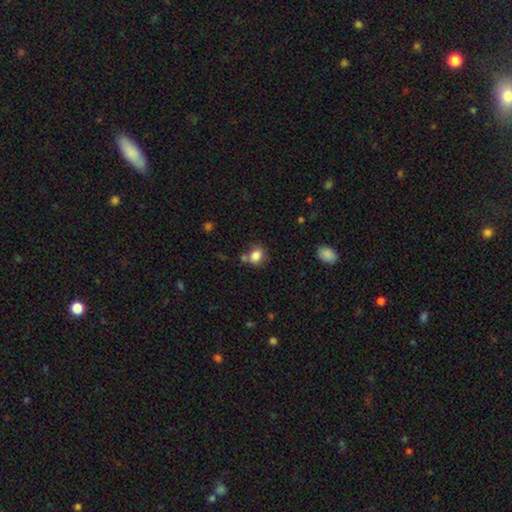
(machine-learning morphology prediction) A smooth galaxy with no disk features (83%) that is in between round and cigar-shaped (52%). Merging: none (61%).